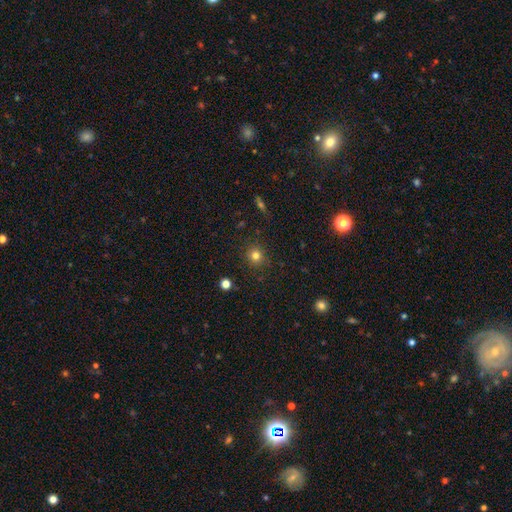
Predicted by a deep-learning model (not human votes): Q: Smooth or featured?
A: smooth (79%); runner-up: star or artifact (14%)
Q: How rounded?
A: round (90%); runner-up: in between (9%)
Q: Merging?
A: none (88%); runner-up: minor disturbance (8%)